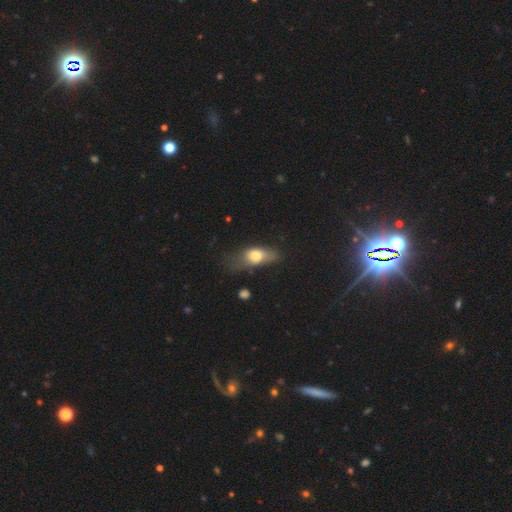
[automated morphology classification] This appears to be a smooth galaxy with no disk features (71%) that is in between round and cigar-shaped (76%). Merging: none (34%).